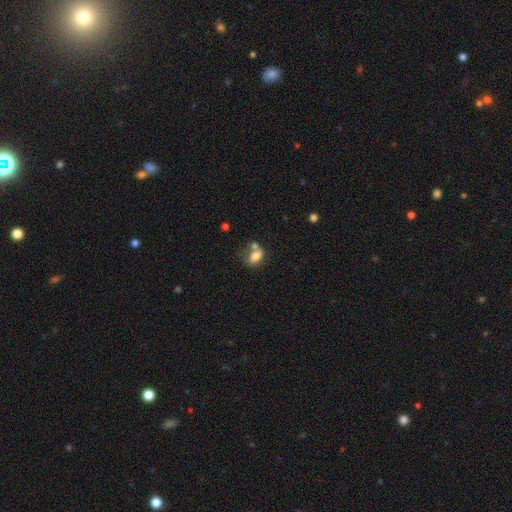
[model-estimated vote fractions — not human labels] Smooth or featured?
  - smooth: 75% *
  - featured or disk: 16%
  - star or artifact: 9%
How rounded?
  - in between: 83% *
  - round: 13%
  - cigar-shaped: 4%
Merging?
  - none: 39% *
  - merger: 36%
  - minor disturbance: 17%
  - major disturbance: 8%